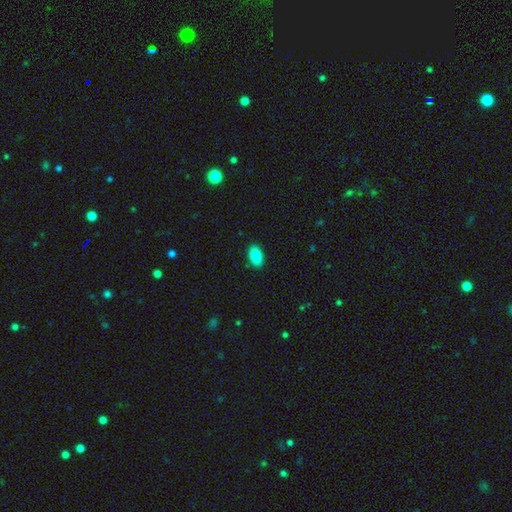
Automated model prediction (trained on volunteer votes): Smooth or featured?
  - smooth: 86% *
  - star or artifact: 7%
  - featured or disk: 6%
How rounded?
  - in between: 93% *
  - round: 5%
  - cigar-shaped: 2%
Merging?
  - none: 88% *
  - minor disturbance: 9%
  - major disturbance: 2%
  - merger: 1%